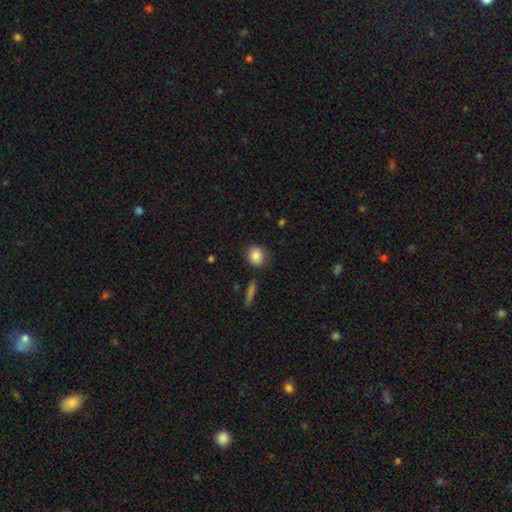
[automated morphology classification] The model was most divided on "how rounded": round: 73%, in between: 25%, cigar-shaped: 2%. More confident: smooth or featured — smooth (86%); merging — none (82%).